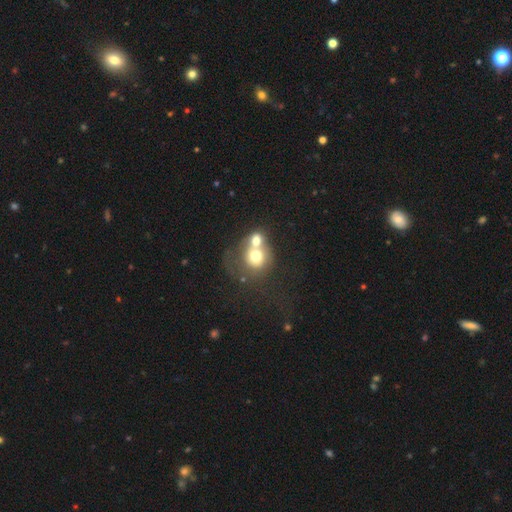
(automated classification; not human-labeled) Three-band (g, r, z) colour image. It shows a smooth galaxy with no disk features (62%) that is round (73%). Merging: merger (73%).